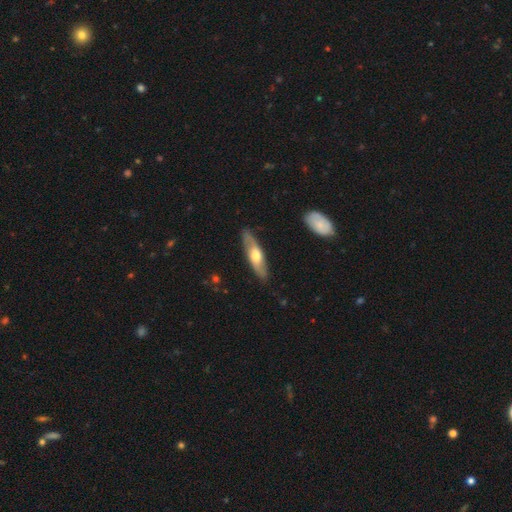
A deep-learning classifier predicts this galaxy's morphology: smooth-or-featured: featured or disk: 51% | smooth: 44% | star or artifact: 5%
  disk-edge-on: yes: 55% | no: 45%
  merging: none: 85% | minor disturbance: 12% | major disturbance: 2% | merger: 1%